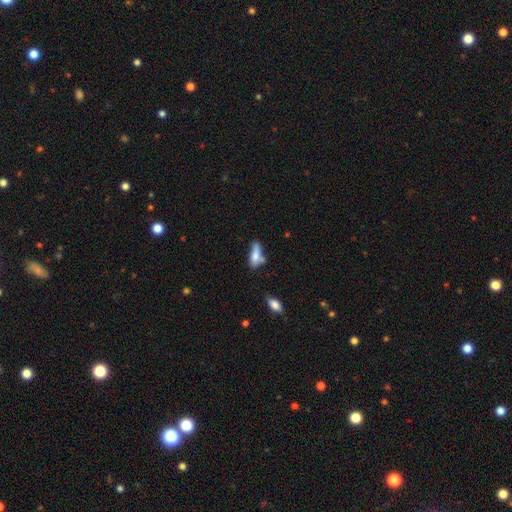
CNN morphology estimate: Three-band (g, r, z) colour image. It shows a smooth galaxy with no disk features (68%) that is in between round and cigar-shaped (65%). Merging: none (41%).